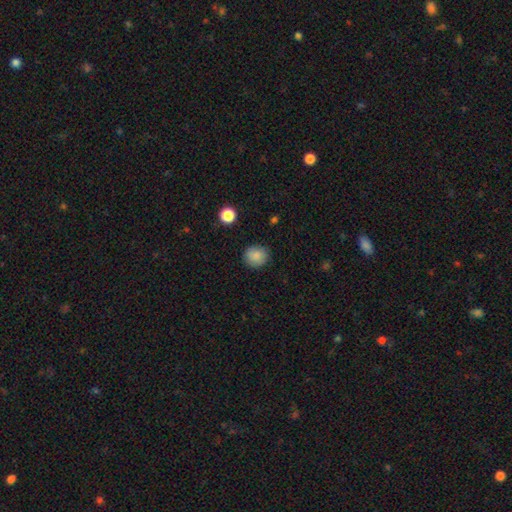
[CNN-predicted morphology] Smooth or featured? smooth (85%)
How rounded? round (86%)
Merging? none (87%)